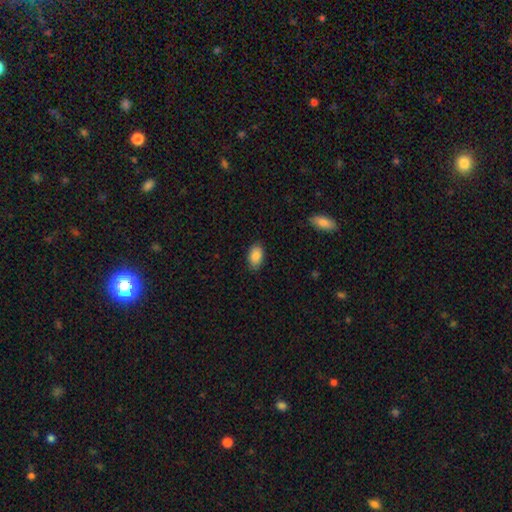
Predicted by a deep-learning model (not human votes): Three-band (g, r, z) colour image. It shows a smooth galaxy with no disk features (87%) that is in between round and cigar-shaped (91%). Merging: none (86%).